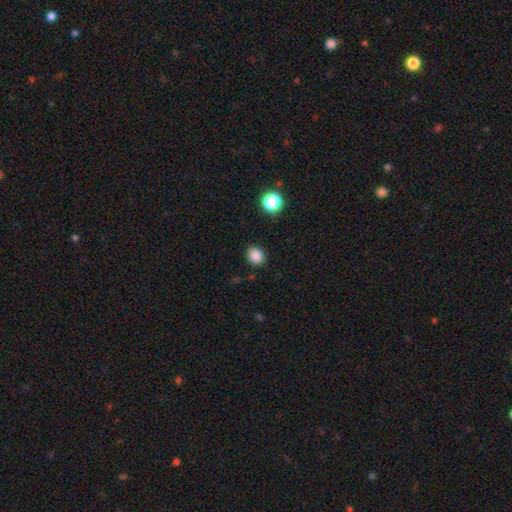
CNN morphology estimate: smooth 85%, star or artifact 11%, featured or disk 3%. Down the decision tree: how rounded — round (69%); merging — none (87%).